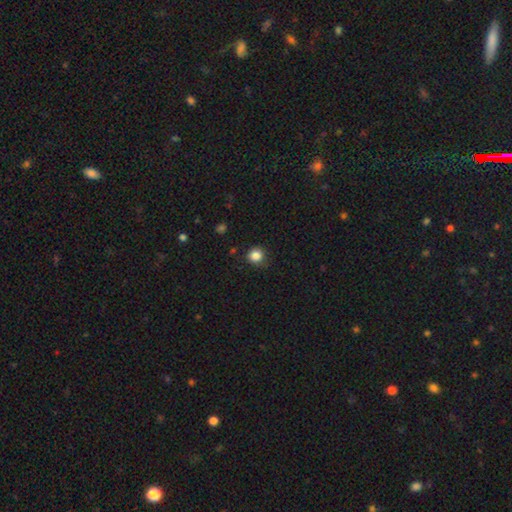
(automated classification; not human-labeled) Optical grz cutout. It shows a smooth galaxy with no disk features (85%) that is round (91%). Merging: none (86%).